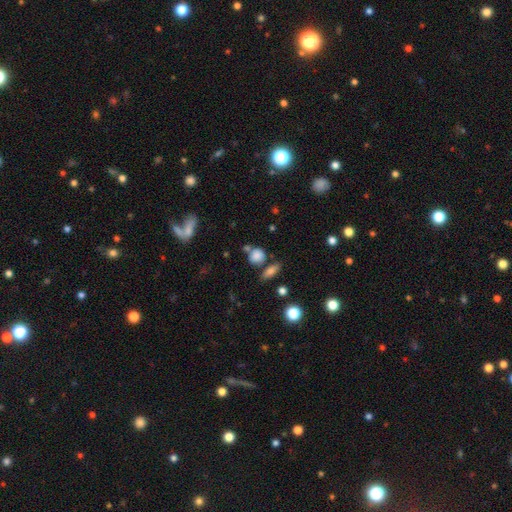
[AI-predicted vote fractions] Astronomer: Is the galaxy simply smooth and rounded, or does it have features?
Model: smooth — 82%.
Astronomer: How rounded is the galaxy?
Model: round — 74%.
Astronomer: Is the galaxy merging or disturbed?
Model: none — 61%.